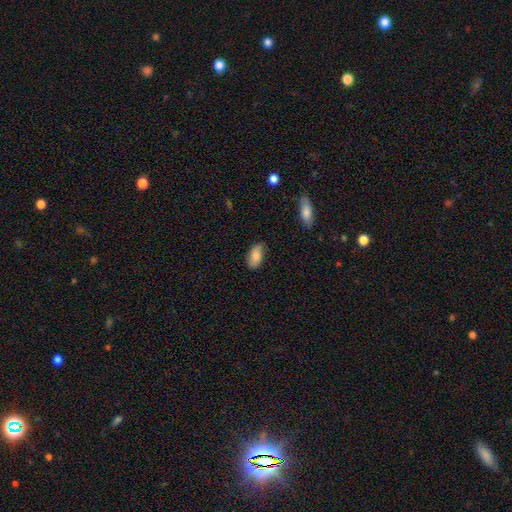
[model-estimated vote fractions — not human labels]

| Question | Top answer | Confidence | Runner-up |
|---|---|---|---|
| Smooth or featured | smooth | 81% | featured or disk (12%) |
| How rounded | in between | 93% | cigar-shaped (4%) |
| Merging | none | 73% | minor disturbance (22%) |